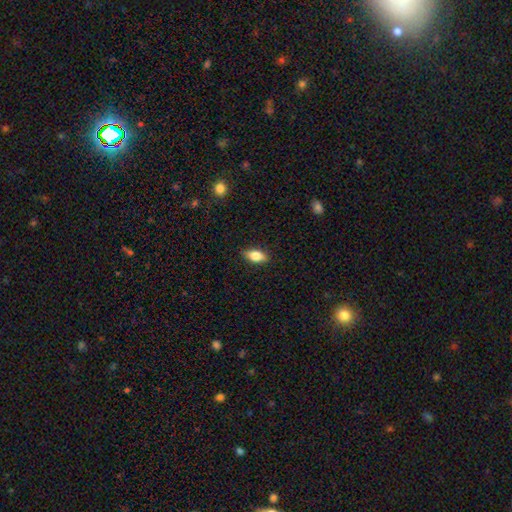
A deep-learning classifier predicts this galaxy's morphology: Q: Smooth or featured?
A: smooth (79%); runner-up: featured or disk (14%)
Q: How rounded?
A: in between (87%); runner-up: cigar-shaped (8%)
Q: Merging?
A: none (87%); runner-up: minor disturbance (10%)